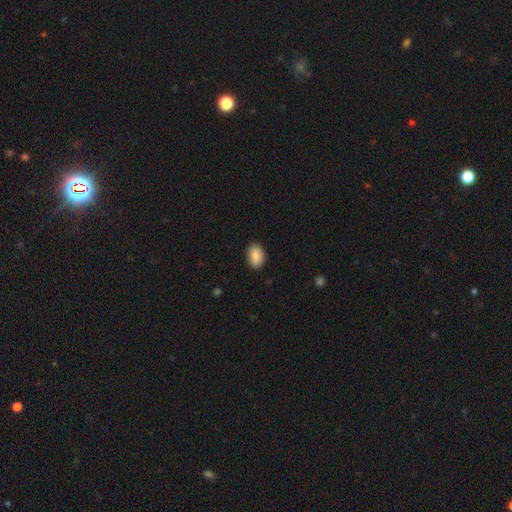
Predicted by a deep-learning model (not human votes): smooth_or_featured: smooth (p=0.89) [alt: star or artifact p=0.07]
how_rounded: in between (p=0.88) [alt: round p=0.11]
merging: none (p=0.88) [alt: minor disturbance p=0.09]